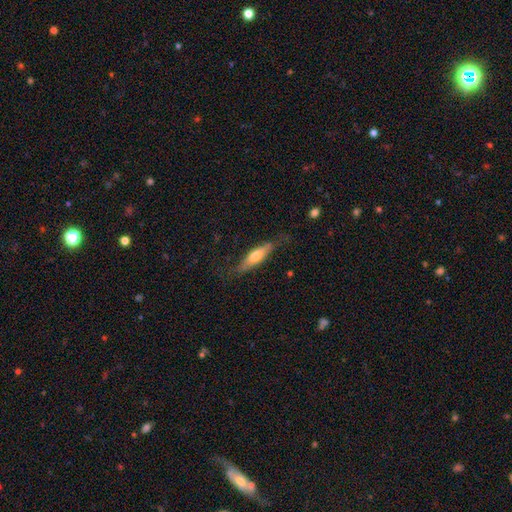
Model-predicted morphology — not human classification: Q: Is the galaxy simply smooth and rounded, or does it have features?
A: smooth — 52%.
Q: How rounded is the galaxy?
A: cigar-shaped — 65%.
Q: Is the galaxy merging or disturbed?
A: none — 67%.